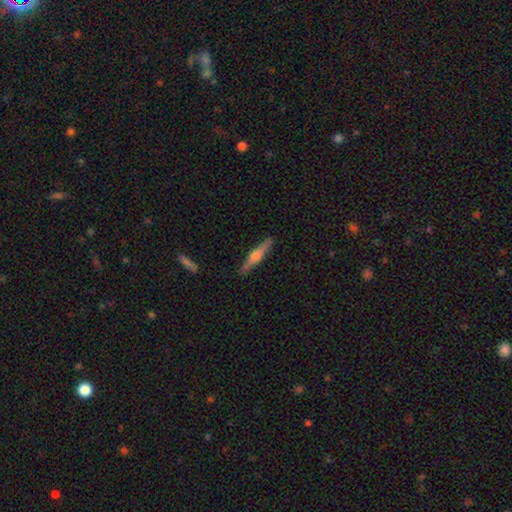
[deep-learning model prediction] The model was most divided on "smooth or featured": featured or disk: 68%, smooth: 27%, star or artifact: 6%. More confident: edge-on disk — yes (98%); merging — none (90%); edge-on bulge — rounded (86%).